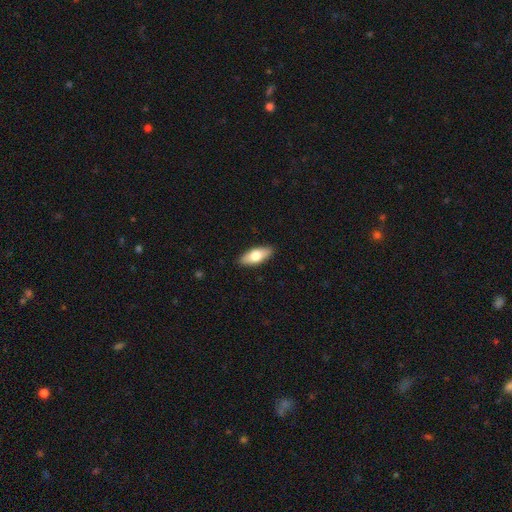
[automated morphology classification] Q: Smooth or featured?
A: smooth (70%); runner-up: featured or disk (24%)
Q: How rounded?
A: in between (80%); runner-up: cigar-shaped (18%)
Q: Merging?
A: none (89%); runner-up: minor disturbance (8%)